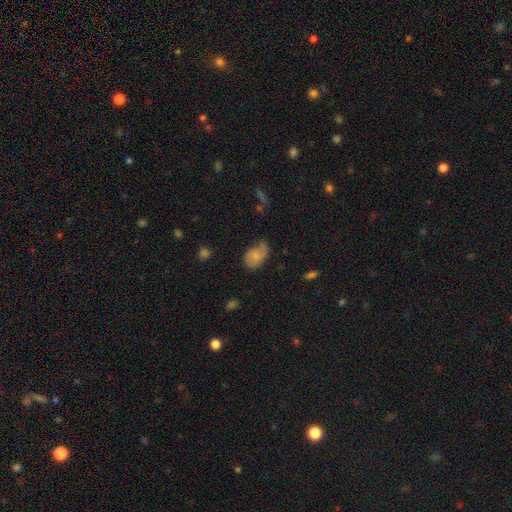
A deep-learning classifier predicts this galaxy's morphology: Smooth or featured? Predicted: smooth (p=0.68). How rounded? Predicted: in between (p=0.85). Merging? Predicted: none (p=0.40).